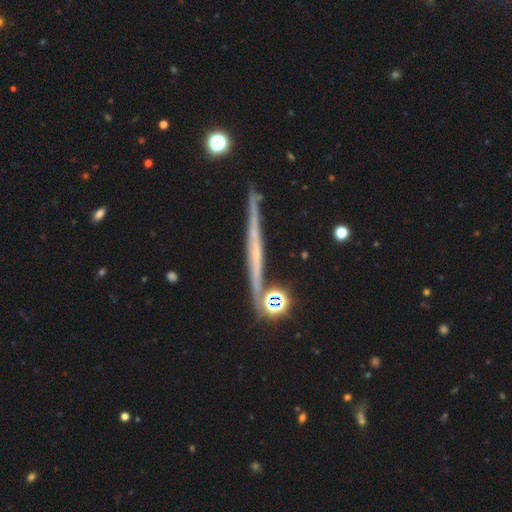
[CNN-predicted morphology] smooth_or_featured: featured or disk (p=0.69) [alt: smooth p=0.21]
disk_edge_on: yes (p=0.97) [alt: no p=0.03]
edge_on_bulge: none (p=0.71) [alt: rounded p=0.21]
merging: none (p=0.84) [alt: minor disturbance p=0.09]